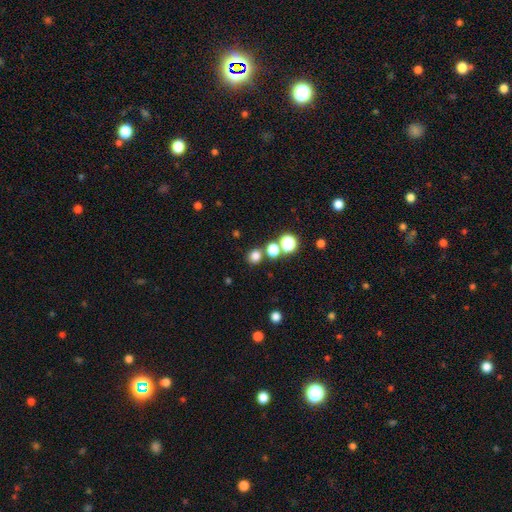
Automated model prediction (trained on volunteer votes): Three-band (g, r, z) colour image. It shows a smooth galaxy with no disk features (76%) that is round (88%). Merging: none (76%).